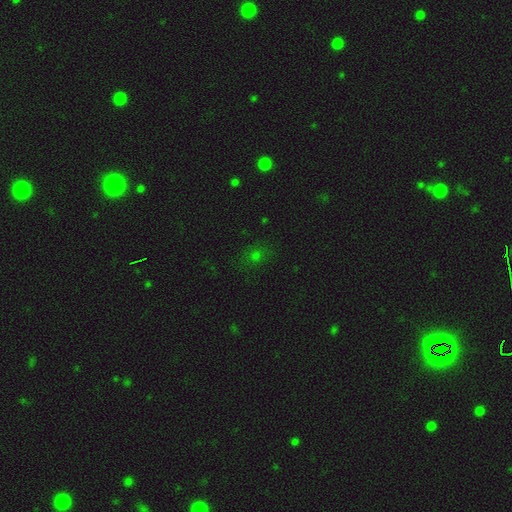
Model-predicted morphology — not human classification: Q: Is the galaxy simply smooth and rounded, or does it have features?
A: smooth — 52%.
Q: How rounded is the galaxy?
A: round — 68%.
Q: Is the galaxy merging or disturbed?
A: none — 80%.